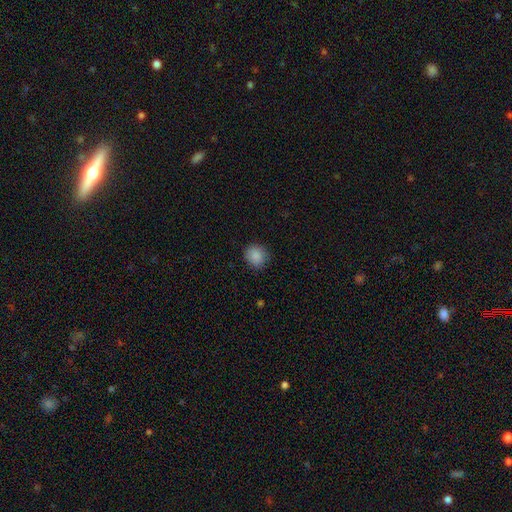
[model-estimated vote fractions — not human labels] Smooth or featured?
  - smooth: 88% *
  - star or artifact: 9%
  - featured or disk: 3%
How rounded?
  - round: 81% *
  - in between: 18%
  - cigar-shaped: 1%
Merging?
  - none: 84% *
  - minor disturbance: 12%
  - major disturbance: 3%
  - merger: 1%